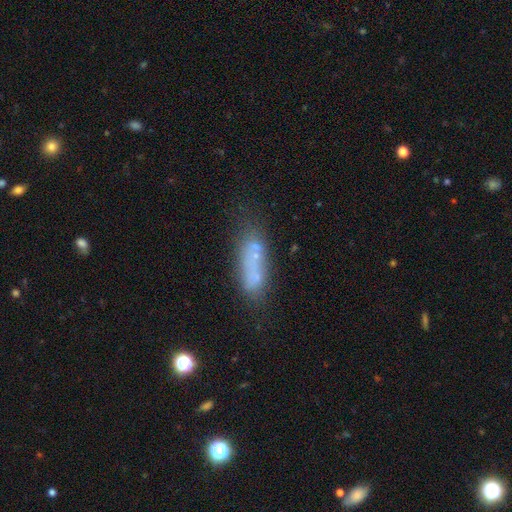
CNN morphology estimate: smooth 51%, featured or disk 34%, star or artifact 15%. Down the decision tree: how rounded — cigar-shaped (52%); merging — none (49%).